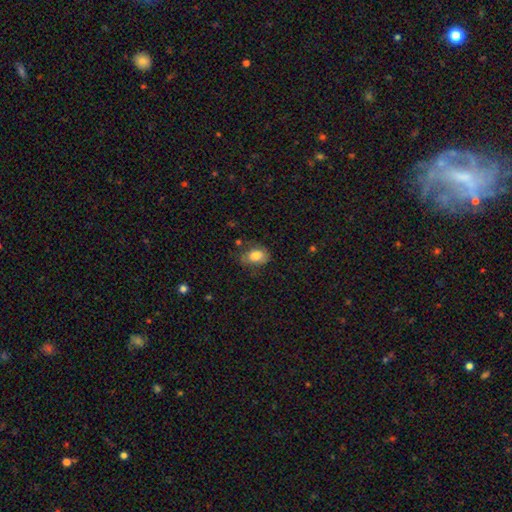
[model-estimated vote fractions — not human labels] Overall: smooth (79%). How rounded: in between (76%). Merging: none (59%; minor disturbance 28%).